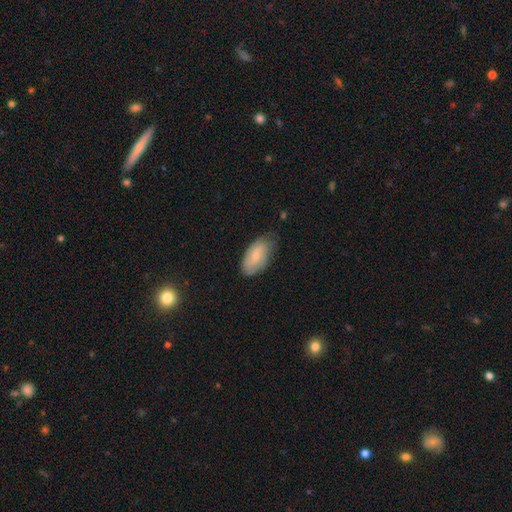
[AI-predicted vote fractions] smooth-or-featured: smooth: 65% | featured or disk: 28% | star or artifact: 6%
  how-rounded: in between: 92% | cigar-shaped: 5% | round: 3%
  merging: none: 60% | minor disturbance: 32% | major disturbance: 6% | merger: 1%